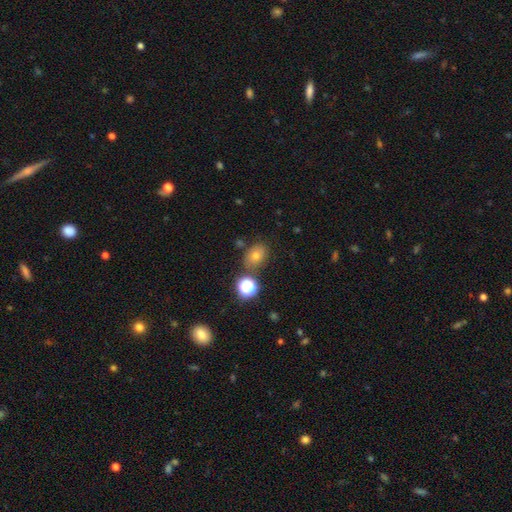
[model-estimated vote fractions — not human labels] A smooth galaxy with no disk features (64%) that is in between round and cigar-shaped (58%). Merging: none (77%).